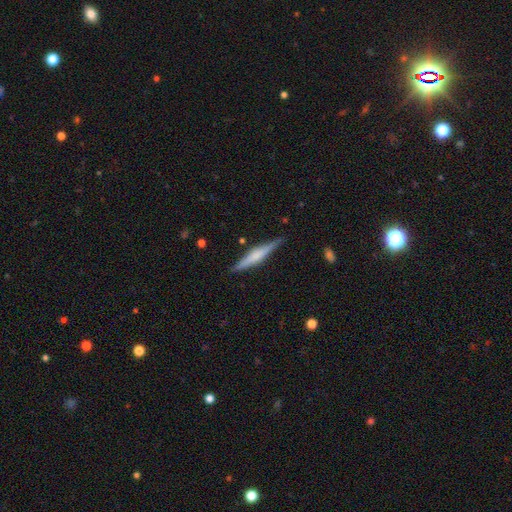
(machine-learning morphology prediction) This is possibly a featured or disk galaxy (55%). It is clearly viewed edge-on (97%). Edge-on bulge: possibly rounded (56%). Merging: clearly none (86%).